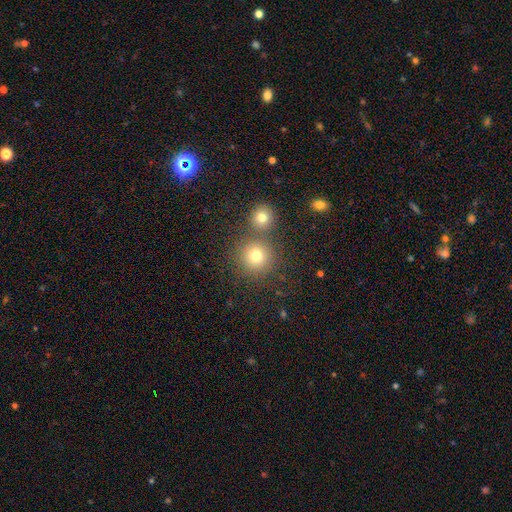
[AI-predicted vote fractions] Overall: smooth (76%). How rounded: round (93%). Merging: none (73%).